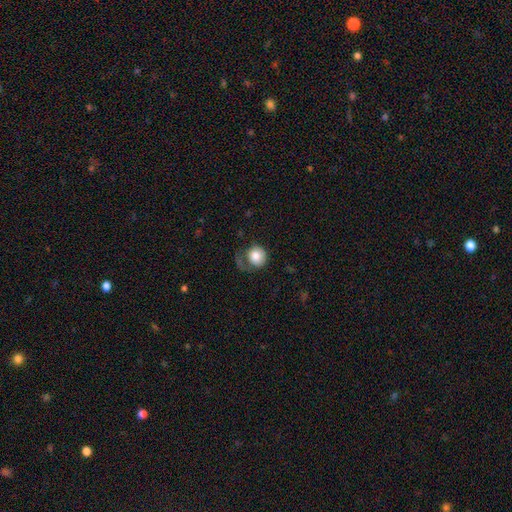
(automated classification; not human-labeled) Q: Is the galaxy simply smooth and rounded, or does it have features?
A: smooth — 78%.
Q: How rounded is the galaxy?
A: round — 85%.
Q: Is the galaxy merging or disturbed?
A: none — 39%.